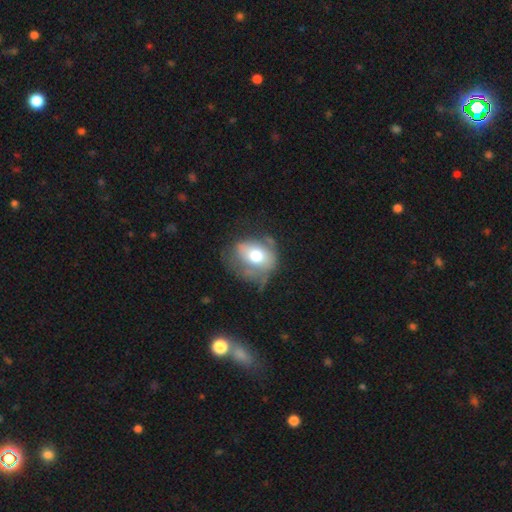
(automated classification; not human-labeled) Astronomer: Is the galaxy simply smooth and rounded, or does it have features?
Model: smooth — 61%.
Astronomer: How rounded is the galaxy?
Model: round — 51% (runner-up: in between, 47%).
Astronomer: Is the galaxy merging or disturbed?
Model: none — 41% (runner-up: minor disturbance, 32%).